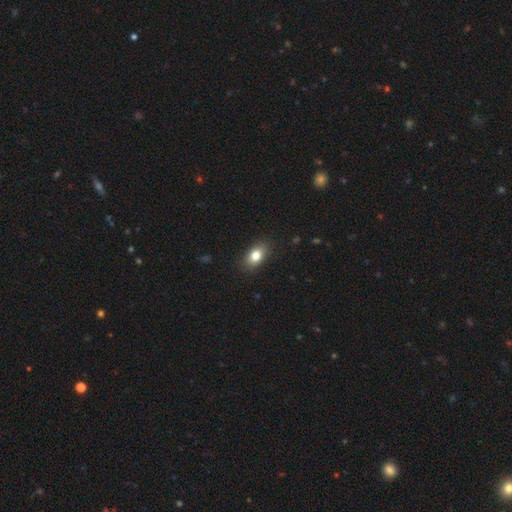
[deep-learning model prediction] smooth_or_featured: smooth (p=0.80) [alt: featured or disk p=0.11]
how_rounded: in between (p=0.85) [alt: round p=0.13]
merging: none (p=0.87) [alt: minor disturbance p=0.10]